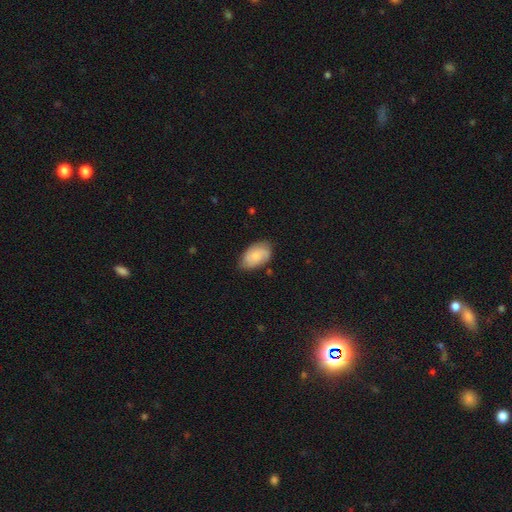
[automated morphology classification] Smooth or featured? smooth (62%)
How rounded? in between (92%)
Merging? none (70%)